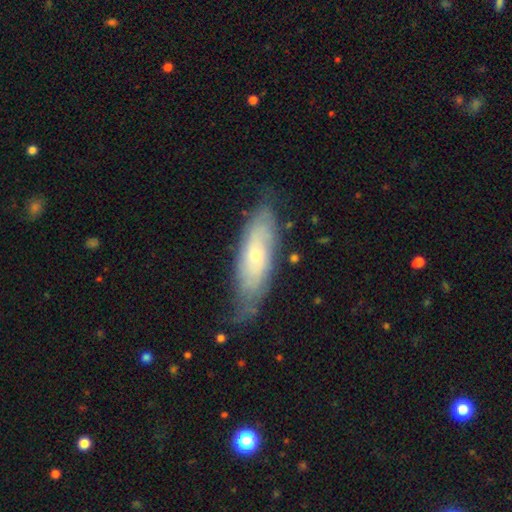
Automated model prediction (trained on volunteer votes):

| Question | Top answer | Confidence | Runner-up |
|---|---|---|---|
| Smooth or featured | featured or disk | 57% | smooth (36%) |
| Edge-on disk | no | 76% | yes (24%) |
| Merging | none | 65% | minor disturbance (26%) |